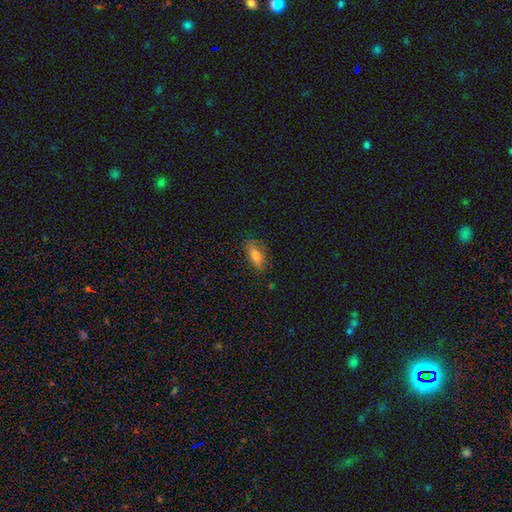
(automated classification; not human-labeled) Morphology: type=smooth (74%); roundness=in between (79%); merging=none (78%).